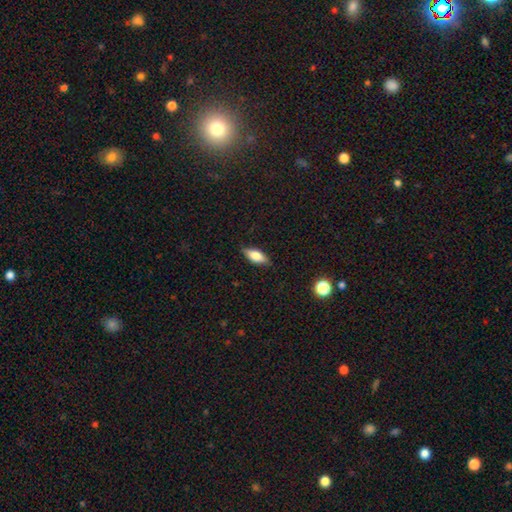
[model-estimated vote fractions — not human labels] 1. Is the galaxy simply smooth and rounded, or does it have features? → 70% smooth, 23% featured or disk, 7% star or artifact.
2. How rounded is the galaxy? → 75% in between, 21% cigar-shaped, 3% round.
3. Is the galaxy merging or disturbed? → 83% none, 13% minor disturbance, 3% major disturbance, 1% merger.